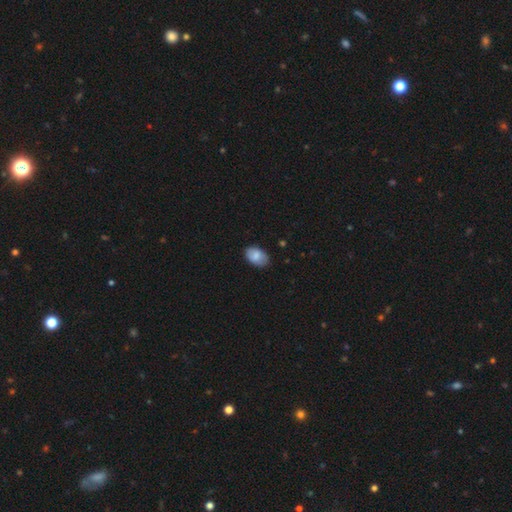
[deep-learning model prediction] Smooth or featured?
  - smooth: 82% *
  - featured or disk: 12%
  - star or artifact: 7%
How rounded?
  - in between: 90% *
  - round: 9%
  - cigar-shaped: 1%
Merging?
  - none: 79% *
  - minor disturbance: 18%
  - major disturbance: 3%
  - merger: 1%